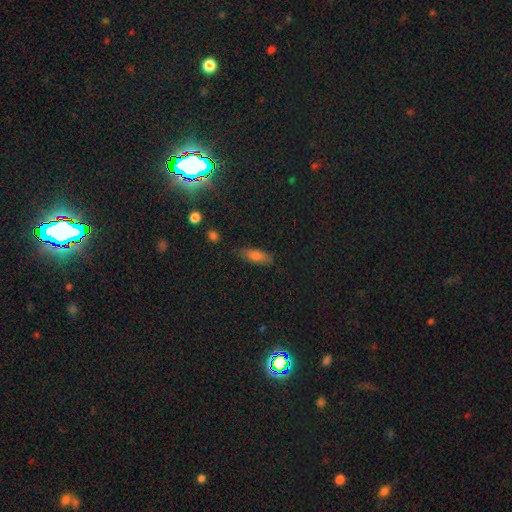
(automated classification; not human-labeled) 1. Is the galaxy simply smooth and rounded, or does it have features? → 69% smooth, 17% featured or disk, 14% star or artifact.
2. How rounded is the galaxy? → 64% in between, 32% cigar-shaped, 4% round.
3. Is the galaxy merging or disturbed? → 80% none, 15% minor disturbance, 3% major disturbance, 2% merger.